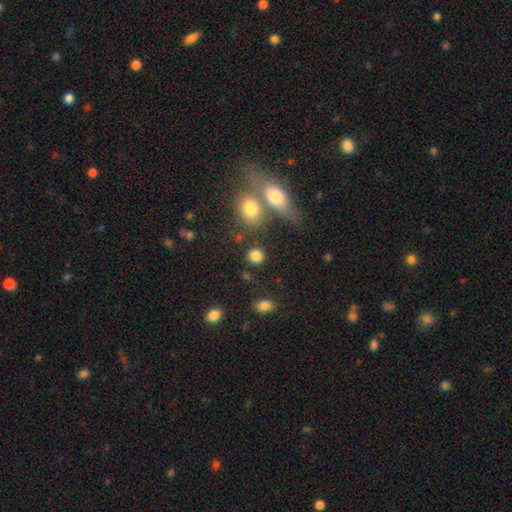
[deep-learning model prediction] The model was most divided on "how rounded": round: 80%, in between: 19%, cigar-shaped: 2%. More confident: smooth or featured — smooth (84%); merging — none (75%).